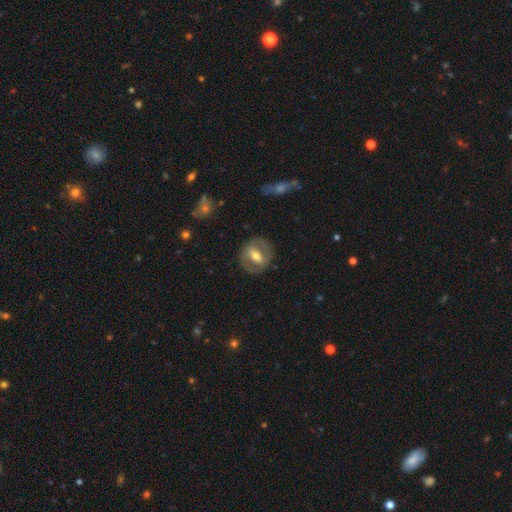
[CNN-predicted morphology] This is possibly a featured or disk galaxy (59%). It is clearly not viewed edge-on (92%). Bar: marginally strong (44%). Spiral arm pattern: possibly no (52%). Central bulge: likely moderate (68%). Merging: clearly none (82%).